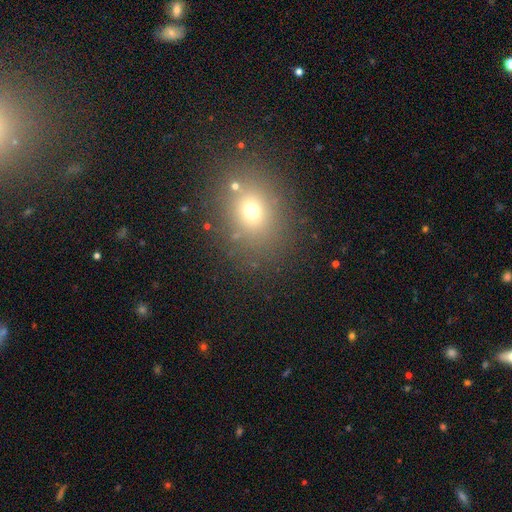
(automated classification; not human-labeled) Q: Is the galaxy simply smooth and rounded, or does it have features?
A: smooth — 60%.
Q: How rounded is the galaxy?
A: round — 54%.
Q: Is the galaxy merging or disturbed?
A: none — 80%.